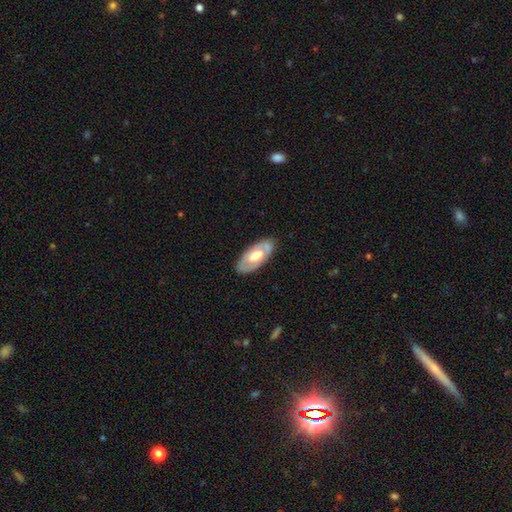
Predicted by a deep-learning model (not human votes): Morphology: type=featured or disk (58%); edge-on=no (84%); merging=none (81%).